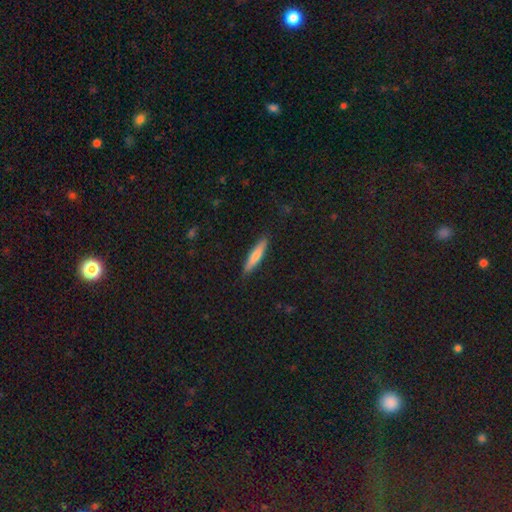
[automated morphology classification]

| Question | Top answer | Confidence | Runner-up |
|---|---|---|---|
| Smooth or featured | smooth | 65% | featured or disk (29%) |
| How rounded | cigar-shaped | 89% | in between (9%) |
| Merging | none | 90% | minor disturbance (7%) |